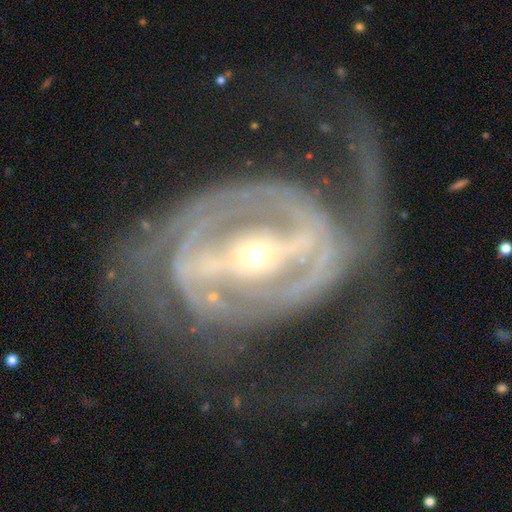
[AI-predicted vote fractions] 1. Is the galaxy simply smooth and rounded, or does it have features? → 90% featured or disk, 5% star or artifact, 5% smooth.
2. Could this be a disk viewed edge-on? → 95% no, 5% yes.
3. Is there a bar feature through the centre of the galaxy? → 71% strong, 21% weak, 9% no.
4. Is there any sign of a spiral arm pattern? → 89% yes, 11% no.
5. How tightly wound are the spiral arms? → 43% tight, 40% medium, 18% loose.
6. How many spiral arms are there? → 53% 2, 22% can't tell, 9% 3, 7% 1, 5% 4, 4% more than 4.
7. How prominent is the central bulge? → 73% small, 22% moderate, 3% large, 1% dominant, 1% none.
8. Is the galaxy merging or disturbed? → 46% none, 36% major disturbance, 15% minor disturbance, 2% merger.